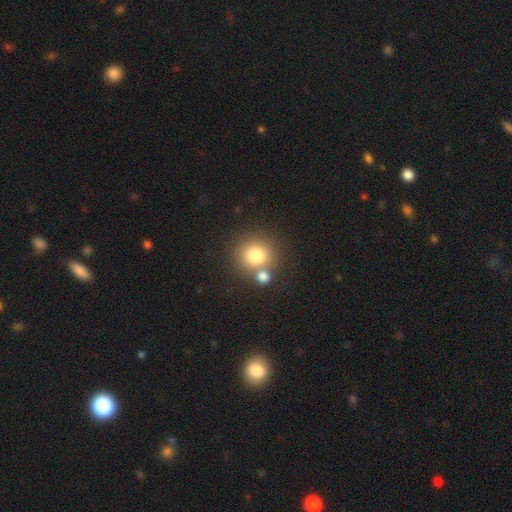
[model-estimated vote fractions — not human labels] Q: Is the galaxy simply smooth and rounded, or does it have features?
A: smooth — 78%.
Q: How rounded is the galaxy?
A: round — 89%.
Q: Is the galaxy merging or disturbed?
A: none — 62%.